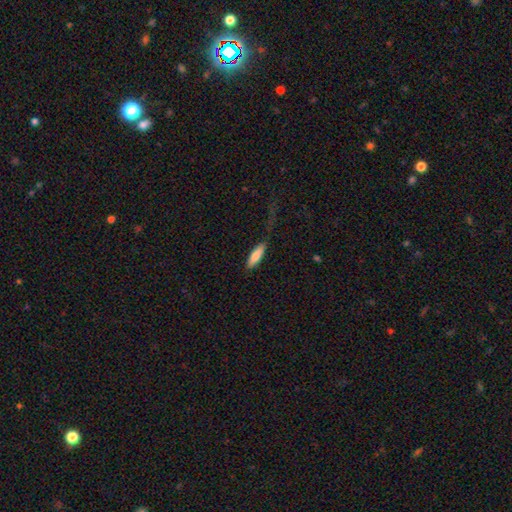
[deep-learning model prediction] A smooth galaxy with no disk features (82%) that is cigar-shaped (56%). Merging: none (72%).